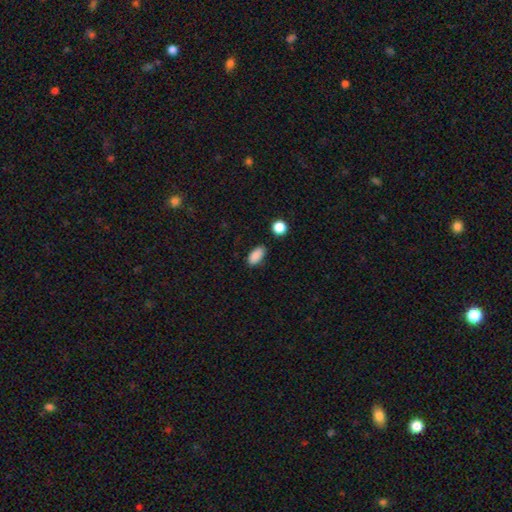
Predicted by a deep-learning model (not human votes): This appears to be a smooth galaxy with no disk features (88%) that is in between round and cigar-shaped (91%). Merging: none (82%).